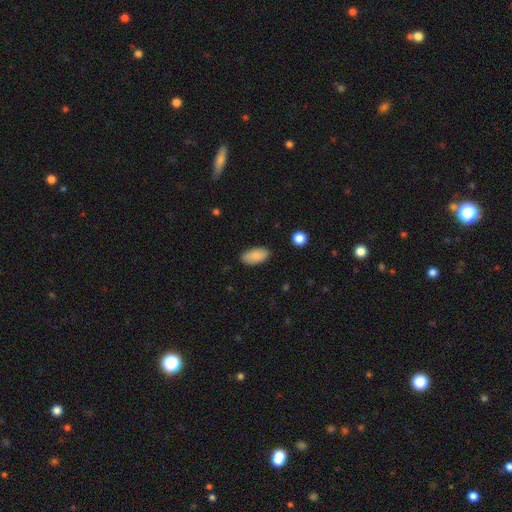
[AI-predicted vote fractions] Q: Smooth or featured?
A: smooth (87%); runner-up: featured or disk (7%)
Q: How rounded?
A: in between (94%); runner-up: cigar-shaped (3%)
Q: Merging?
A: none (85%); runner-up: minor disturbance (11%)